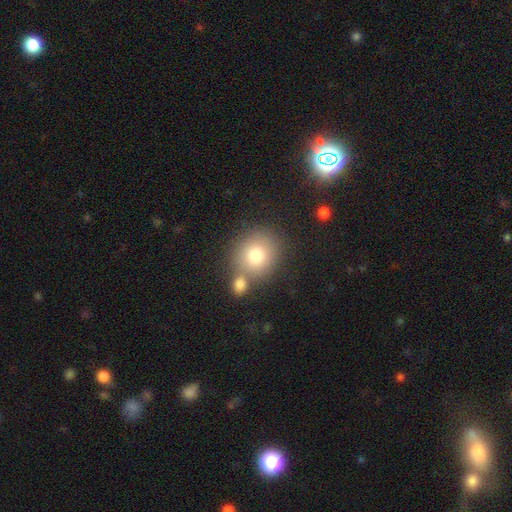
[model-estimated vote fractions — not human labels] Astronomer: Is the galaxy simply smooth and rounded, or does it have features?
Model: smooth — 80%.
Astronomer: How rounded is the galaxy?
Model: round — 79%.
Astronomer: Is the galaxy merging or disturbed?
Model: none — 59%.